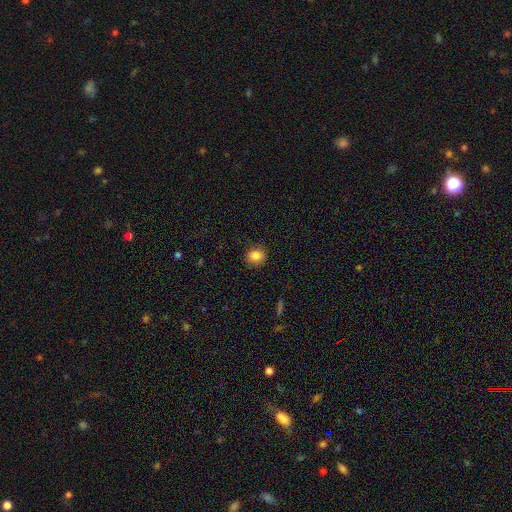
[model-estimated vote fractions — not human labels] Smooth or featured?
  - smooth: 84% *
  - star or artifact: 10%
  - featured or disk: 6%
How rounded?
  - round: 76% *
  - in between: 23%
  - cigar-shaped: 1%
Merging?
  - none: 84% *
  - minor disturbance: 12%
  - major disturbance: 3%
  - merger: 1%